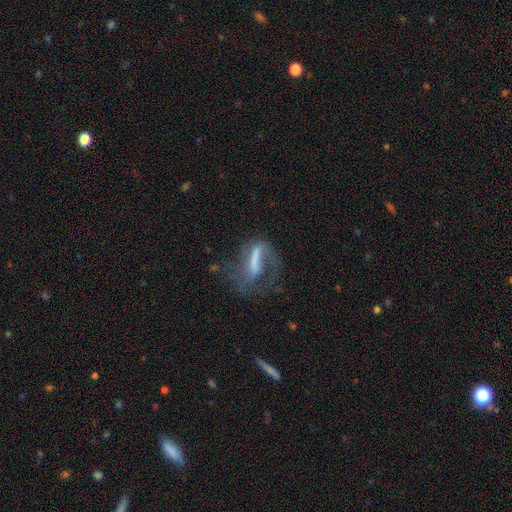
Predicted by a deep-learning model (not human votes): smooth-or-featured: featured or disk: 62% | smooth: 25% | star or artifact: 13%
  disk-edge-on: no: 84% | yes: 16%
    bar: strong: 54% | weak: 25% | no: 21%
    has-spiral-arms: yes: 61% | no: 39%
    bulge-size: none: 49% | moderate: 20% | small: 17% | large: 11% | dominant: 3%
  merging: major disturbance: 39% | none: 38% | minor disturbance: 19% | merger: 4%